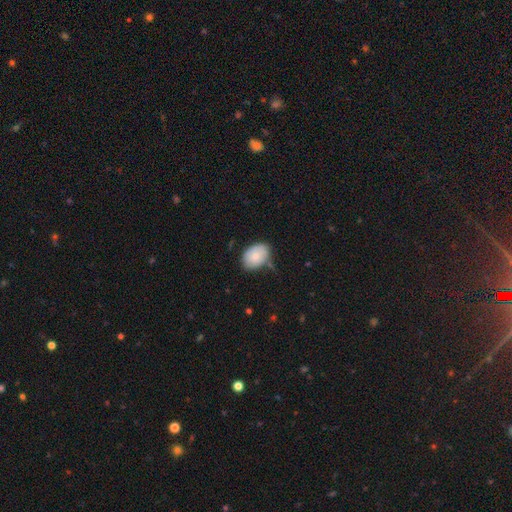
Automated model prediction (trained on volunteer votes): Overall: smooth (79%). How rounded: in between (83%). Merging: none (67%).